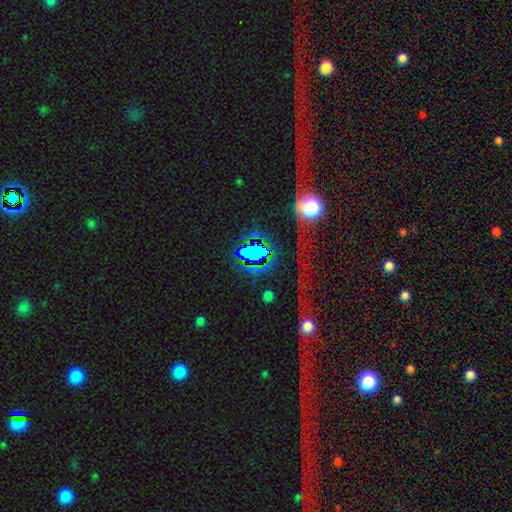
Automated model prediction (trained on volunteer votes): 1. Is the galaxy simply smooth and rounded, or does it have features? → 61% star or artifact, 21% smooth, 18% featured or disk.